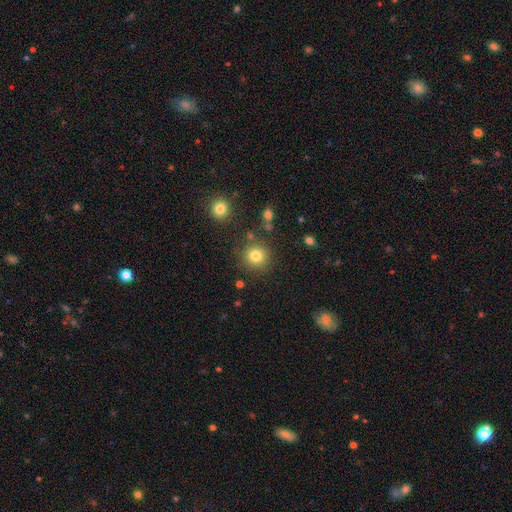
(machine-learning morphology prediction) Smooth or featured?
  - smooth: 81% *
  - star or artifact: 12%
  - featured or disk: 6%
How rounded?
  - round: 93% *
  - in between: 6%
  - cigar-shaped: 1%
Merging?
  - none: 85% *
  - minor disturbance: 7%
  - merger: 4%
  - major disturbance: 3%